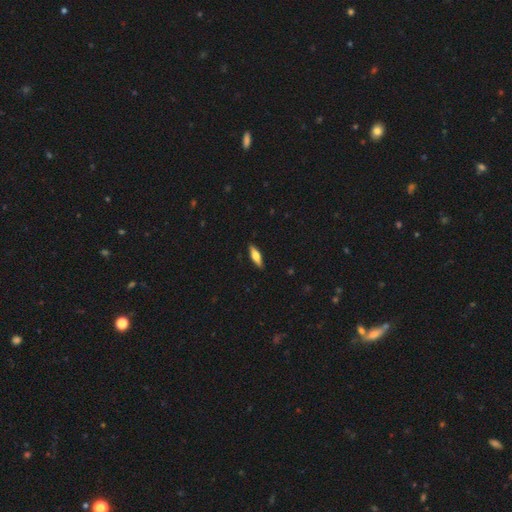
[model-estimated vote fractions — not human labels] smooth_or_featured: smooth (p=0.58) [alt: featured or disk p=0.36]
how_rounded: cigar-shaped (p=0.53) [alt: in between p=0.45]
merging: none (p=0.89) [alt: minor disturbance p=0.08]